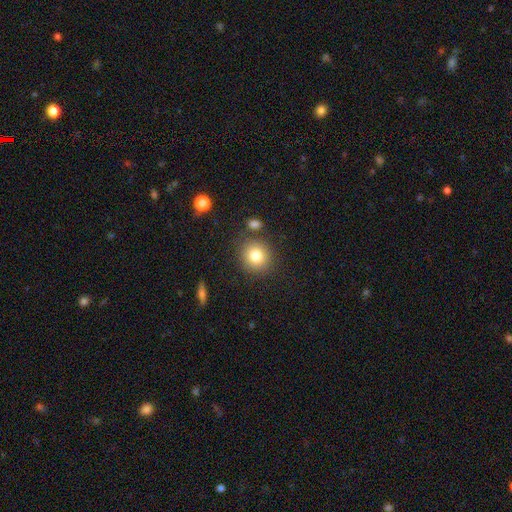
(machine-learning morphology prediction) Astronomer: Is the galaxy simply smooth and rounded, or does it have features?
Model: smooth — 81%.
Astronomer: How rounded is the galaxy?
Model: round — 86%.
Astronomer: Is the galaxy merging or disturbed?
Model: none — 83%.